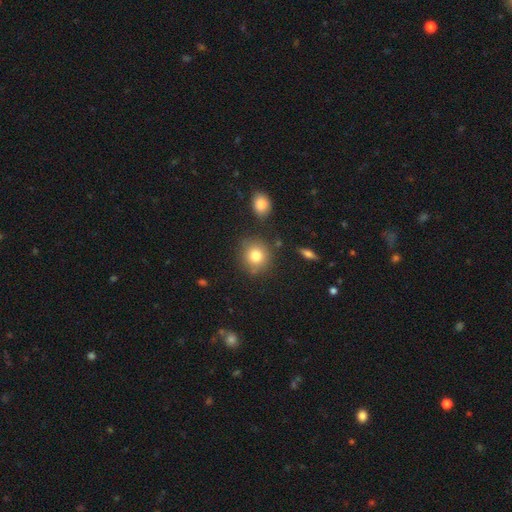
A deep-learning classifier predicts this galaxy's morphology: smooth_or_featured: smooth (p=0.81) [alt: star or artifact p=0.10]
how_rounded: round (p=0.86) [alt: in between p=0.13]
merging: none (p=0.78) [alt: minor disturbance p=0.12]